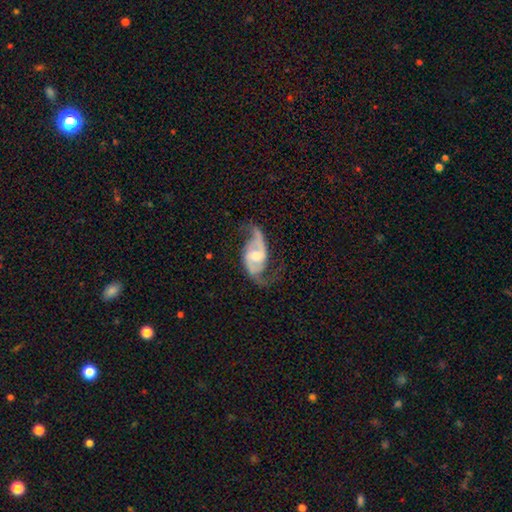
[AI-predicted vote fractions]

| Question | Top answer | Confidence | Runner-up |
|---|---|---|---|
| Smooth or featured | featured or disk | 88% | smooth (7%) |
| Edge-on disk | no | 96% | yes (4%) |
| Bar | no | 46% | weak (40%) |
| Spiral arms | yes | 96% | no (4%) |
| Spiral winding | loose | 53% | medium (36%) |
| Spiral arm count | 2 | 92% | can't tell (3%) |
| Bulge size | moderate | 64% | small (26%) |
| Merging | none | 65% | minor disturbance (19%) |